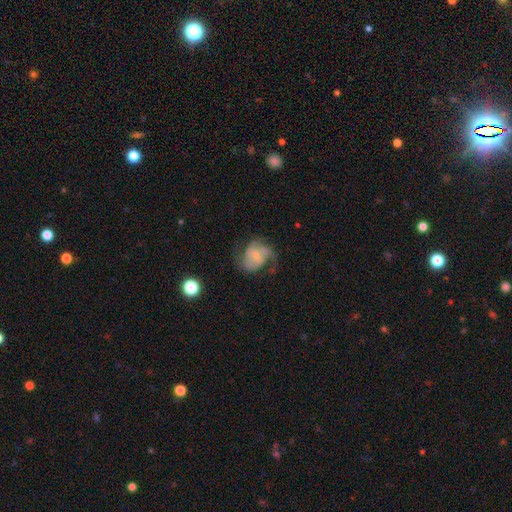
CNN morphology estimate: Smooth or featured: featured or disk — 70% (smooth — 23%)
Edge-on disk: no — 98% (yes — 2%)
Bar: no — 49% (weak — 41%)
Spiral arms: yes — 89% (no — 11%)
Spiral winding: medium — 47% (loose — 36%)
Spiral arm count: 2 — 65% (can't tell — 13%)
Bulge size: small — 58% (moderate — 22%)
Merging: none — 49% (major disturbance — 26%)